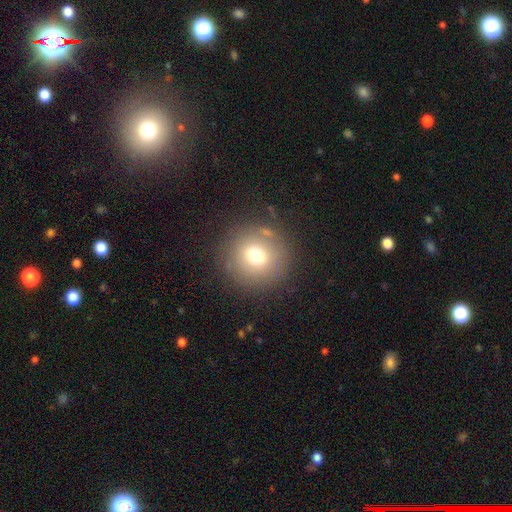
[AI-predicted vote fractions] Q: Smooth or featured?
A: smooth (70%); runner-up: featured or disk (16%)
Q: How rounded?
A: round (93%); runner-up: in between (6%)
Q: Merging?
A: none (83%); runner-up: minor disturbance (9%)